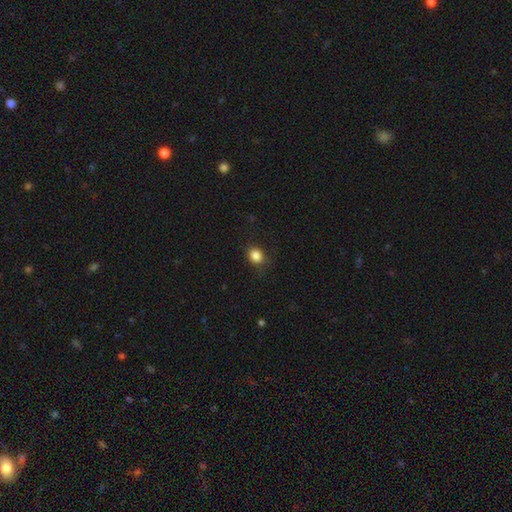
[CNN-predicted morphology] Q: Smooth or featured?
A: smooth (86%); runner-up: star or artifact (11%)
Q: How rounded?
A: round (65%); runner-up: in between (34%)
Q: Merging?
A: none (81%); runner-up: minor disturbance (14%)